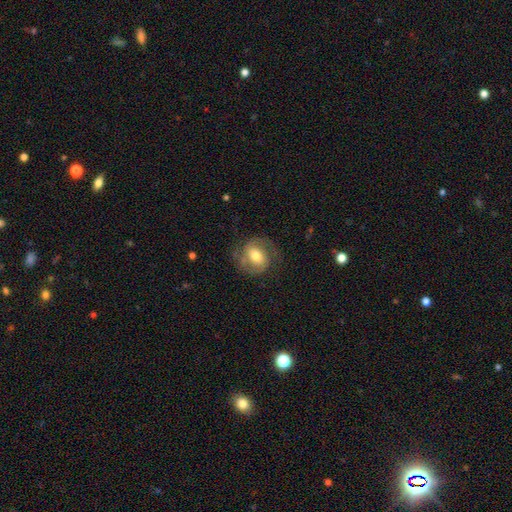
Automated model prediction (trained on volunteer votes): This is likely a featured or disk galaxy (68%). It is clearly not viewed edge-on (97%). Bar: marginally weak (41%). Spiral arm pattern: clearly yes (88%). Spiral arm count: clearly 2 (86%). Spiral winding: possibly medium (50%). Central bulge: likely moderate (65%). Merging: likely none (69%).